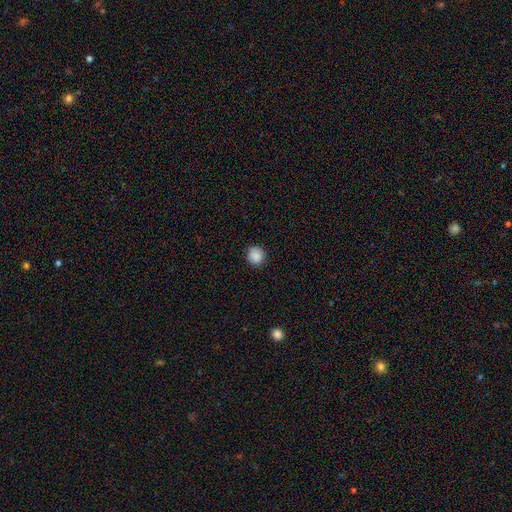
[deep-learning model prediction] Smooth or featured? smooth (88%)
How rounded? round (90%)
Merging? none (89%)